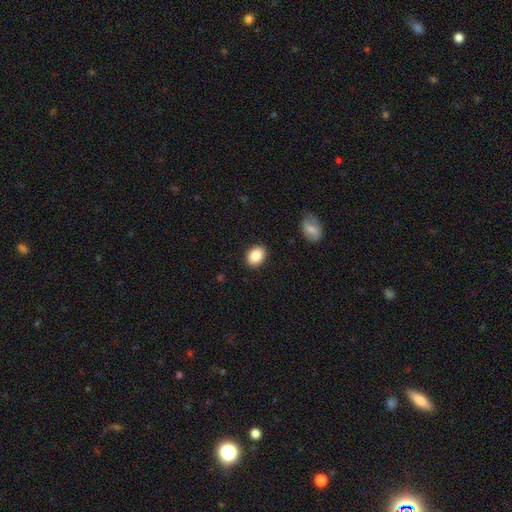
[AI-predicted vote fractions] A smooth galaxy with no disk features (87%) that is in between round and cigar-shaped (68%). Merging: none (88%).